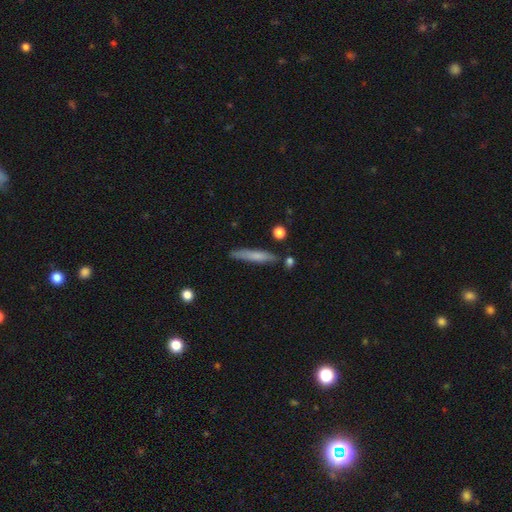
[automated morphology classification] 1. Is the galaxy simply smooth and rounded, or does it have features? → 66% smooth, 27% featured or disk, 7% star or artifact.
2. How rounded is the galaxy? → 93% cigar-shaped, 5% in between, 2% round.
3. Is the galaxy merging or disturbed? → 80% none, 13% minor disturbance, 4% merger, 3% major disturbance.